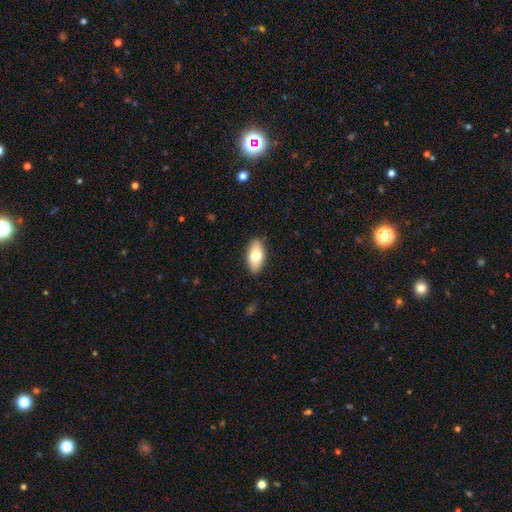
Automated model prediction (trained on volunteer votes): A smooth galaxy with no disk features (71%) that is in between round and cigar-shaped (89%). Merging: none (87%).